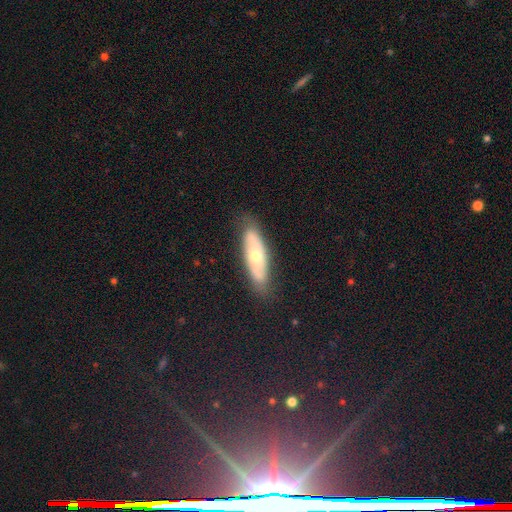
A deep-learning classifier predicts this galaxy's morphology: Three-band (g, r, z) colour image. It shows a featured or disk galaxy (52%). Merging: none (78%).